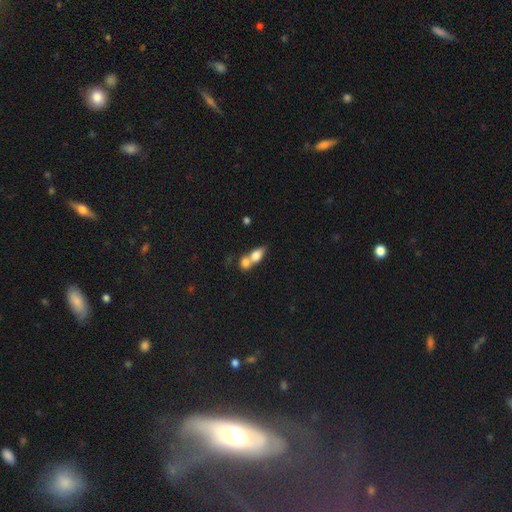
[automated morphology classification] This is likely a smooth galaxy (73%). How rounded: likely in between (70%). Merging: likely merger (68%).